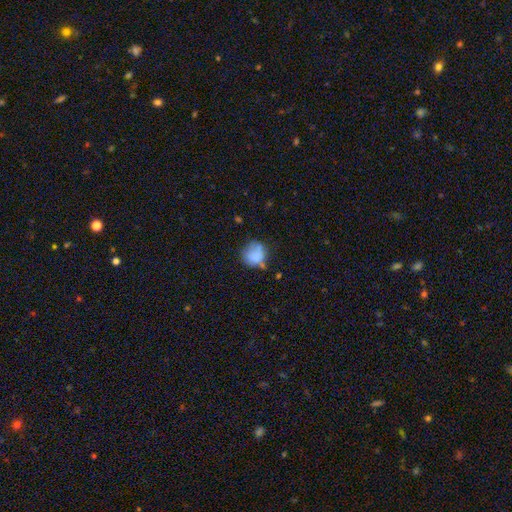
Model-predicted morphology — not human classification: Overall: smooth (76%). How rounded: round (80%). Merging: none (51%; minor disturbance 28%).